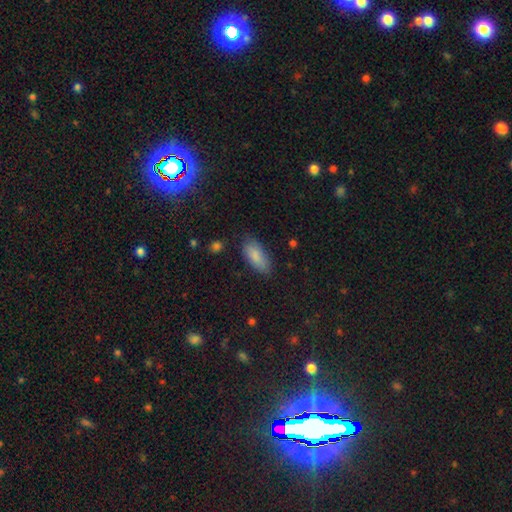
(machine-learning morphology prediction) Smooth or featured? Predicted: smooth (p=0.86). How rounded? Predicted: in between (p=0.86). Merging? Predicted: none (p=0.77).